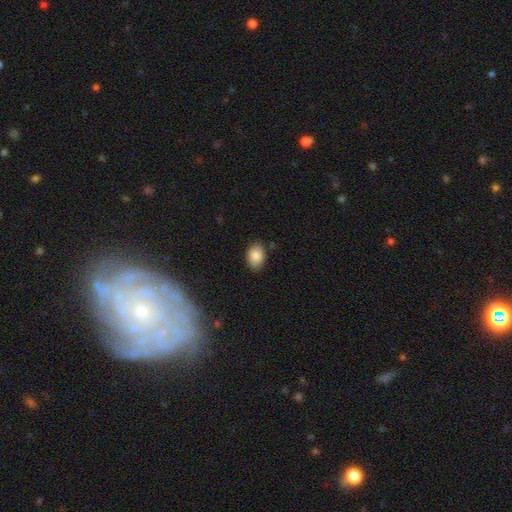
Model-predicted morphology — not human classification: type=smooth (86%); roundness=in between (82%); merging=none (81%).